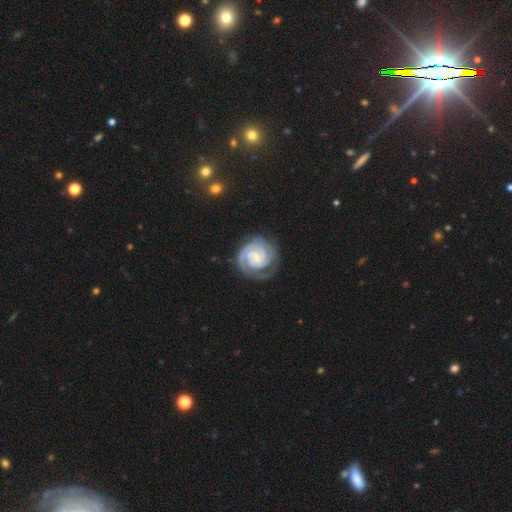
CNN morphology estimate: type=featured or disk (92%); edge-on=no (98%); bar=weak (43%); spiral arms=yes (99%); winding=tight (81%); arm count=2 (73%); bulge=small (61%); merging=none (77%).